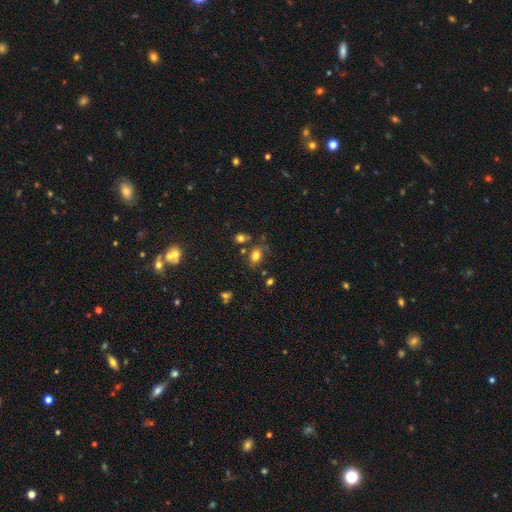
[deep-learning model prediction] This appears to be a smooth galaxy with no disk features (77%) that is in between round and cigar-shaped (77%). Merging: none (68%).